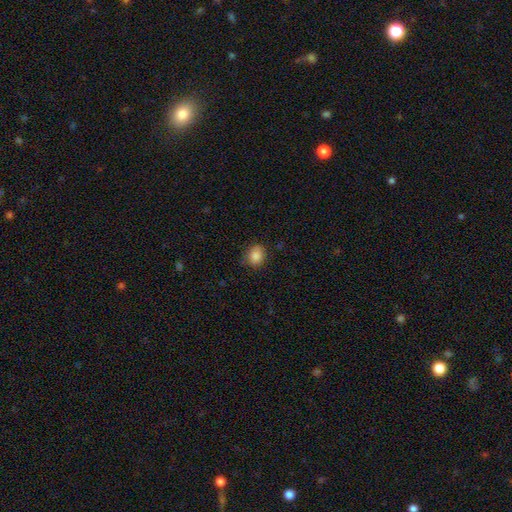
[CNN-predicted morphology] smooth_or_featured: smooth (p=0.85) [alt: star or artifact p=0.10]
how_rounded: round (p=0.64) [alt: in between p=0.35]
merging: none (p=0.81) [alt: minor disturbance p=0.15]